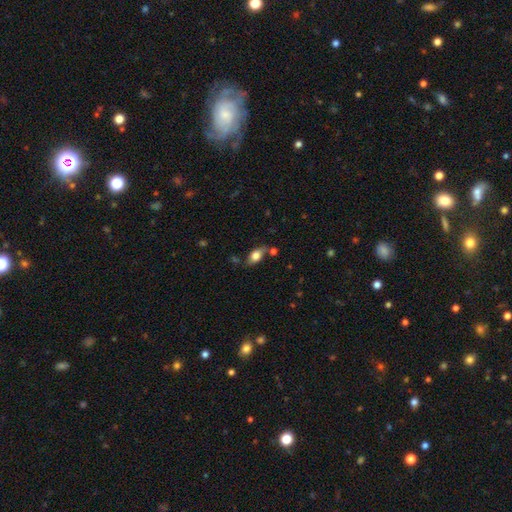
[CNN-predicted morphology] Smooth or featured? Predicted: smooth (p=0.73). How rounded? Predicted: in between (p=0.85). Merging? Predicted: none (p=0.65).